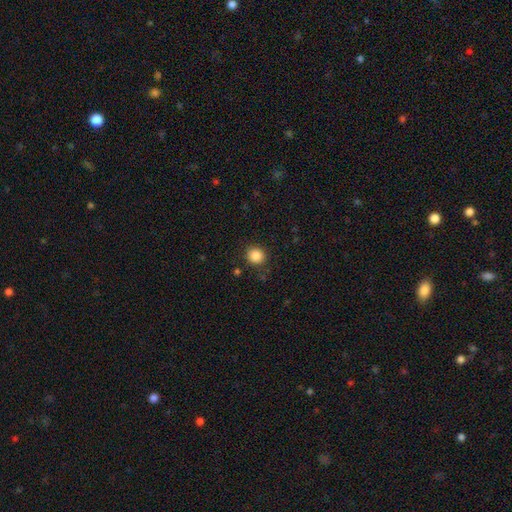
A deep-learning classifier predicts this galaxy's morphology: Smooth or featured: smooth — 86% (star or artifact — 10%)
How rounded: round — 87% (in between — 12%)
Merging: none — 88% (minor disturbance — 8%)